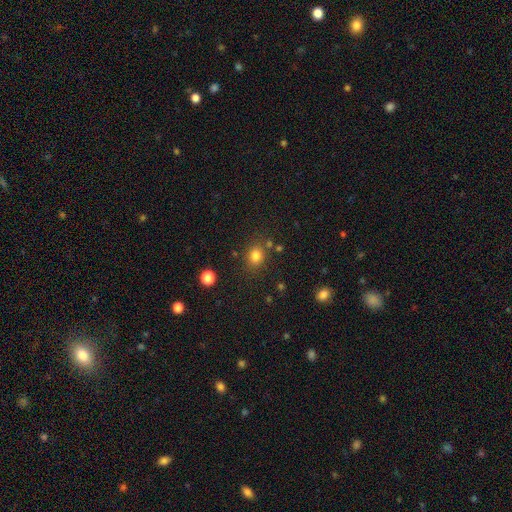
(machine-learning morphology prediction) This appears to be a smooth galaxy with no disk features (80%) that is round (66%). Merging: none (79%).